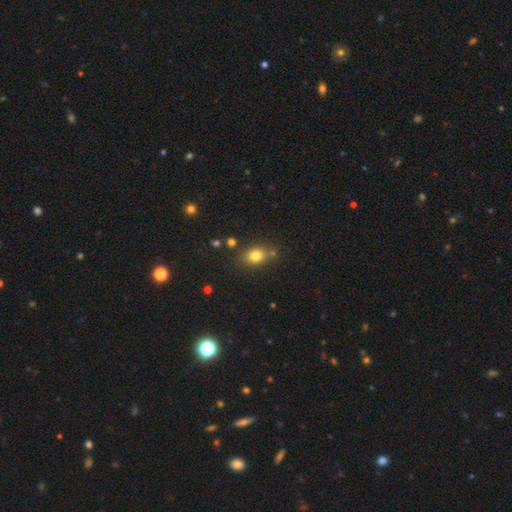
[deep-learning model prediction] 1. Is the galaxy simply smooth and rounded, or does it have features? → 79% smooth, 13% star or artifact, 9% featured or disk.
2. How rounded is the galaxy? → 57% in between, 41% round, 1% cigar-shaped.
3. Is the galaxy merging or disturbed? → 73% none, 14% minor disturbance, 9% merger, 4% major disturbance.